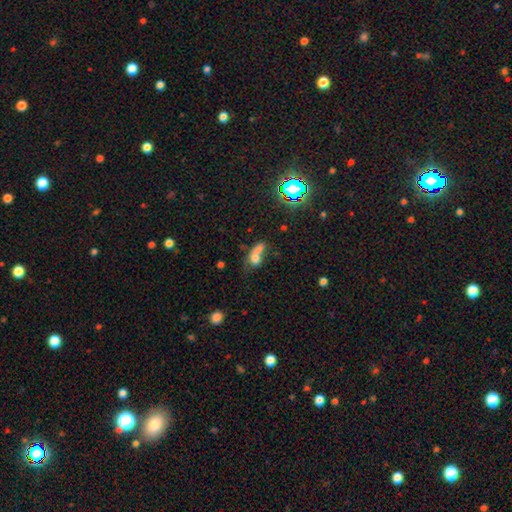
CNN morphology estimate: smooth 62%, featured or disk 20%, star or artifact 18%. Down the decision tree: how rounded — in between (62%); merging — merger (45%).